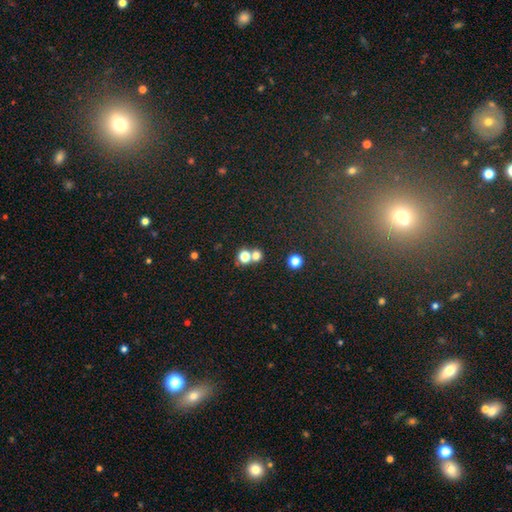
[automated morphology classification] Smooth or featured? Predicted: smooth (p=0.71). How rounded? Predicted: round (p=0.83). Merging? Predicted: none (p=0.53).